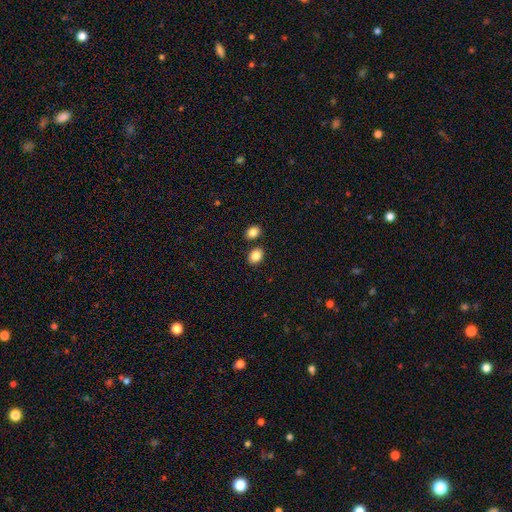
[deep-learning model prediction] Overall: smooth (86%). How rounded: in between (69%; round 30%). Merging: none (78%).